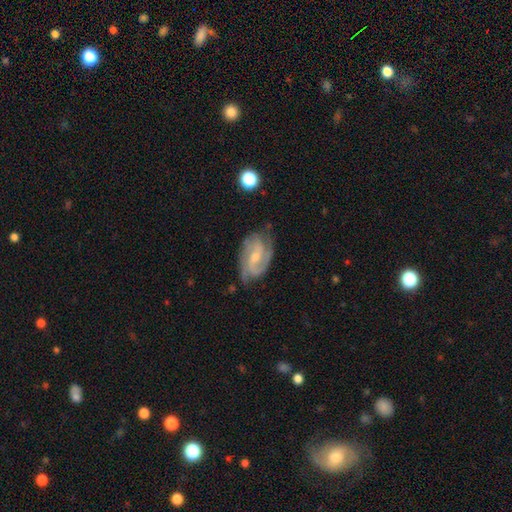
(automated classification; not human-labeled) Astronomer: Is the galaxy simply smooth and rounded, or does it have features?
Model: featured or disk — 85%.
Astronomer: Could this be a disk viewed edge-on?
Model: no — 96%.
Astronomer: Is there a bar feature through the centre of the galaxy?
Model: weak — 51% (runner-up: no, 31%).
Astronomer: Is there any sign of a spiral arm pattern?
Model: yes — 96%.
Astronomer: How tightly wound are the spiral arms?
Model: medium — 45% (runner-up: tight, 41%).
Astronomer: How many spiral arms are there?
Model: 2 — 61%.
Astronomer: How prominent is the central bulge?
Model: small — 56% (runner-up: moderate, 39%).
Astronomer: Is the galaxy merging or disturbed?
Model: none — 70%.